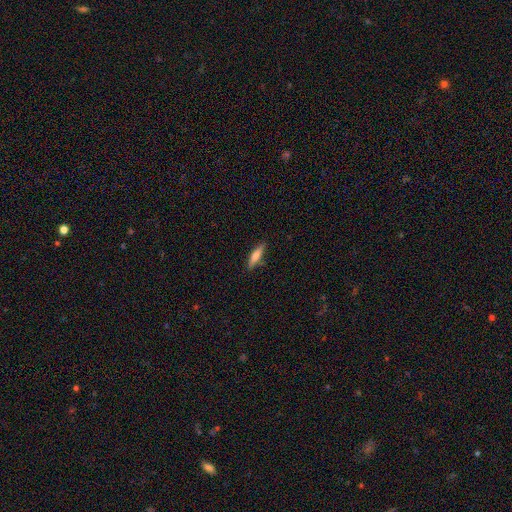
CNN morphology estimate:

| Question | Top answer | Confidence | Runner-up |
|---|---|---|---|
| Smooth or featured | smooth | 69% | featured or disk (25%) |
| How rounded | cigar-shaped | 73% | in between (25%) |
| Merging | none | 83% | minor disturbance (12%) |